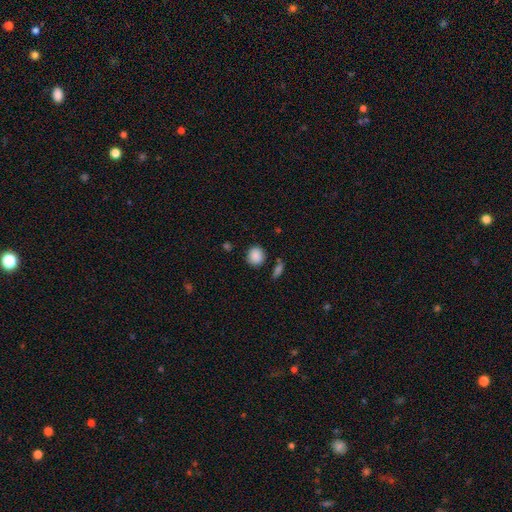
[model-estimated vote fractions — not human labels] smooth 88%, star or artifact 8%, featured or disk 3%. Down the decision tree: how rounded — round (82%); merging — none (81%).